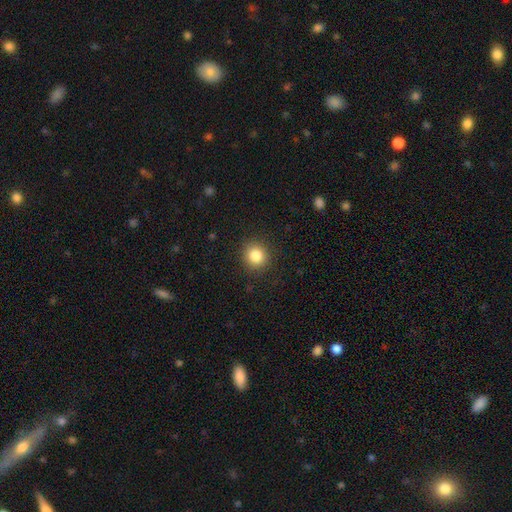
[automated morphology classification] This appears to be a smooth galaxy with no disk features (84%) that is round (89%). Merging: none (90%).